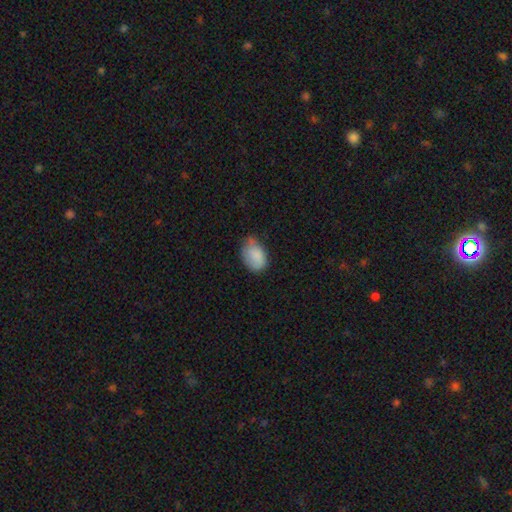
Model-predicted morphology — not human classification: smooth_or_featured: smooth (p=0.83) [alt: featured or disk p=0.10]
how_rounded: in between (p=0.84) [alt: round p=0.14]
merging: none (p=0.49) [alt: minor disturbance p=0.41]